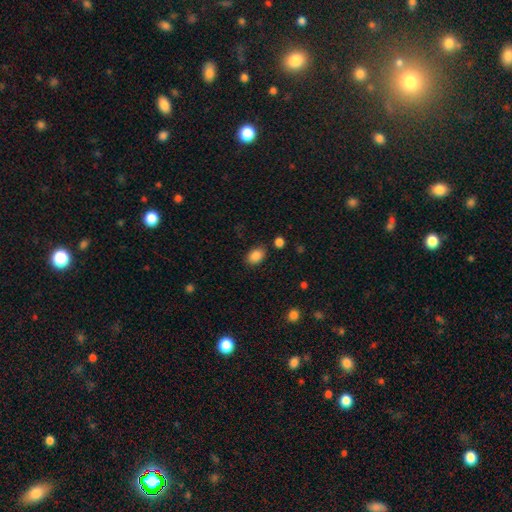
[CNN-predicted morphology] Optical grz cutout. It shows a smooth galaxy with no disk features (87%) that is in between round and cigar-shaped (79%). Merging: none (82%).